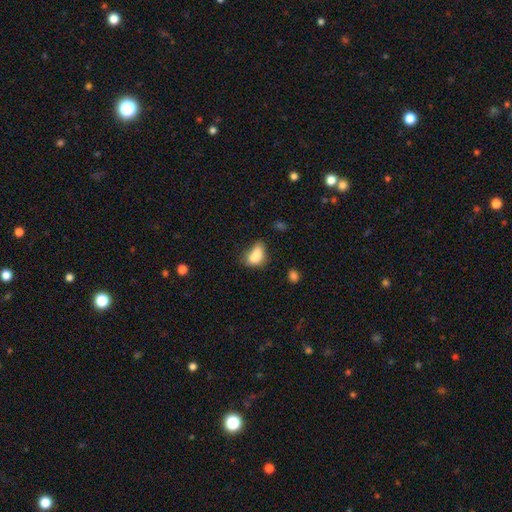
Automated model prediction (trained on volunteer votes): A smooth galaxy with no disk features (81%) that is in between round and cigar-shaped (87%).

Vote fractions:
- Smooth or featured? smooth: 81% / star or artifact: 10% / featured or disk: 10%
- How rounded? in between: 87% / round: 10% / cigar-shaped: 3%
- Merging? minor disturbance: 37% / none: 34% / major disturbance: 18% / merger: 11%